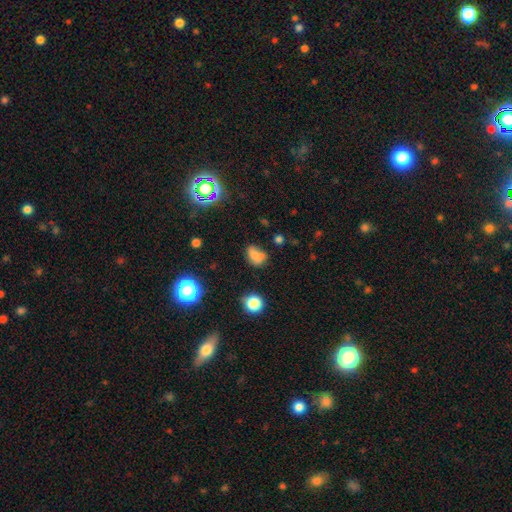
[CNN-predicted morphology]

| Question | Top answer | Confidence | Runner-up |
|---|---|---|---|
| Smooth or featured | smooth | 68% | star or artifact (19%) |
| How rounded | in between | 69% | round (29%) |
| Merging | none | 46% | minor disturbance (27%) |